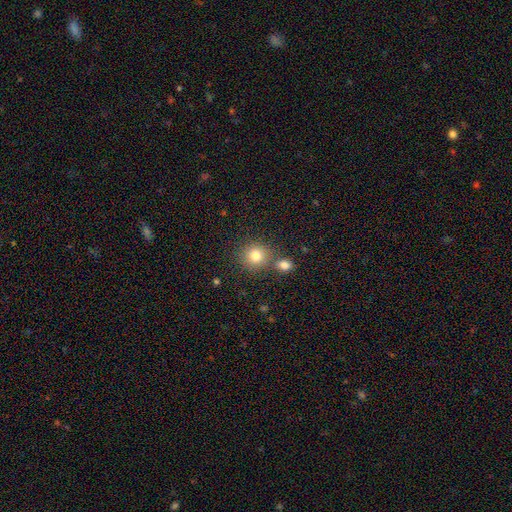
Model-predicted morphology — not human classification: A smooth galaxy with no disk features (80%) that is round (88%). Merging: none (70%).